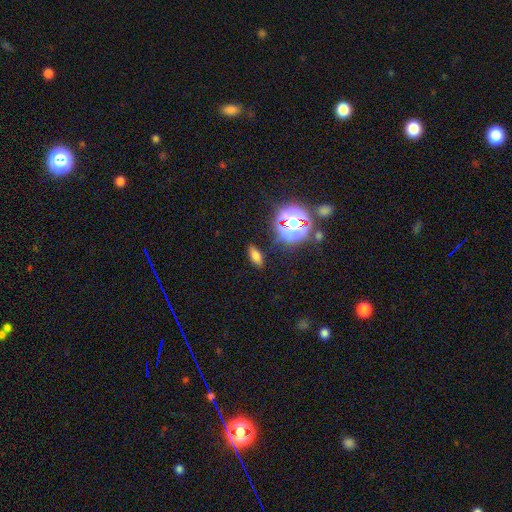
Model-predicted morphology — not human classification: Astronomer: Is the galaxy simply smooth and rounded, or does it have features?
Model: smooth — 66%.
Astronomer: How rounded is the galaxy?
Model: in between — 74%.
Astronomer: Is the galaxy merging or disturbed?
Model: none — 83%.